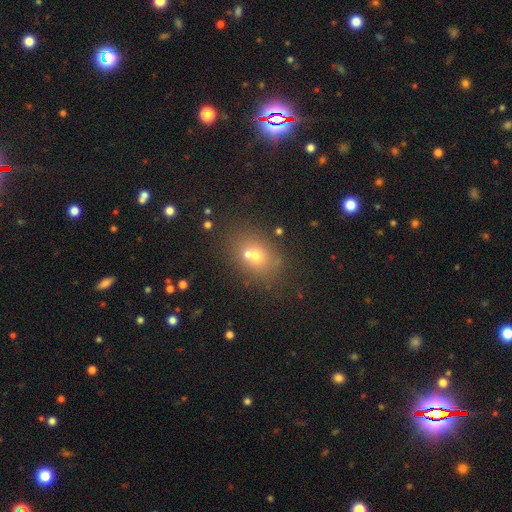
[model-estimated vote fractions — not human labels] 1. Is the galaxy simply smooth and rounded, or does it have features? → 59% smooth, 22% star or artifact, 19% featured or disk.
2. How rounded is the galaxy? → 52% in between, 46% round, 2% cigar-shaped.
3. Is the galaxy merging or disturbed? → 50% none, 35% merger, 10% minor disturbance, 5% major disturbance.